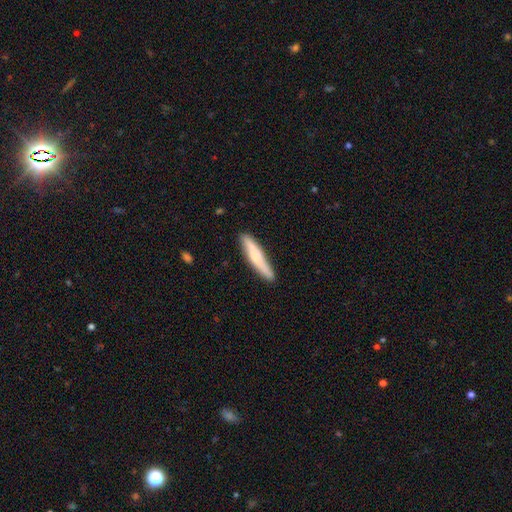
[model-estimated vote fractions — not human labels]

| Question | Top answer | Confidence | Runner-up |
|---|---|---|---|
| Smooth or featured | smooth | 63% | featured or disk (31%) |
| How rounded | cigar-shaped | 90% | in between (9%) |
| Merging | none | 84% | minor disturbance (12%) |